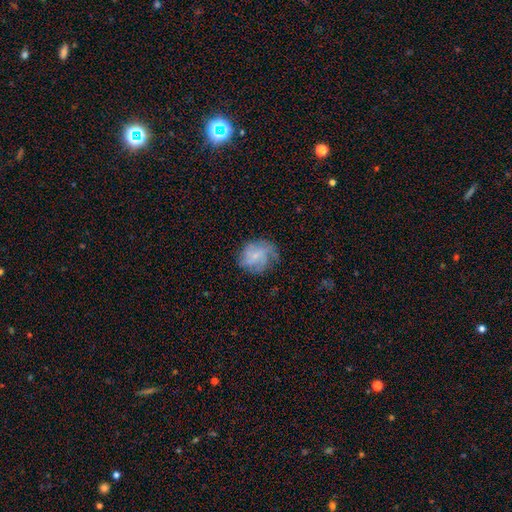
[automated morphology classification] smooth-or-featured: featured or disk: 56% | smooth: 34% | star or artifact: 9%
  disk-edge-on: no: 98% | yes: 2%
    bar: no: 63% | weak: 33% | strong: 5%
    has-spiral-arms: yes: 83% | no: 17%
    bulge-size: small: 68% | moderate: 16% | none: 14% | large: 1% | dominant: 1%
  merging: none: 64% | minor disturbance: 23% | major disturbance: 12% | merger: 1%